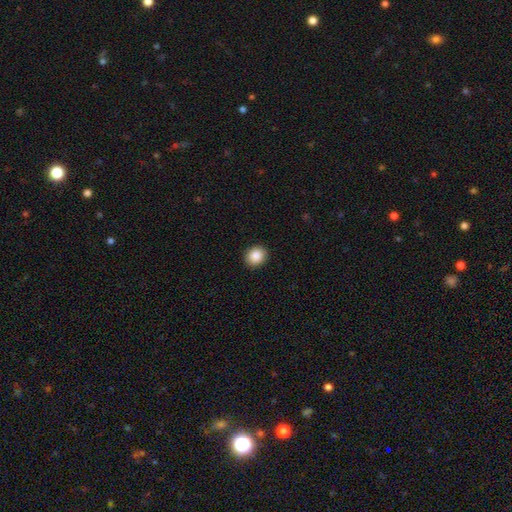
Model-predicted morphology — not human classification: A smooth galaxy with no disk features (87%) that is round (73%). Merging: none (92%).